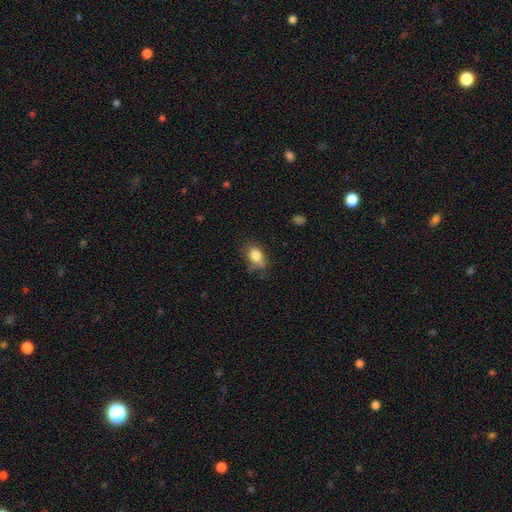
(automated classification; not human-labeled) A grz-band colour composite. It shows a smooth galaxy with no disk features (83%) that is in between round and cigar-shaped (74%). Merging: none (59%).